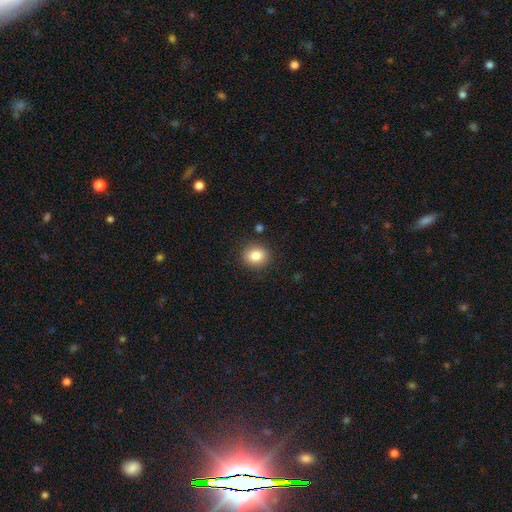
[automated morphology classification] This is clearly a smooth galaxy (84%). How rounded: likely round (74%). Merging: clearly none (87%).